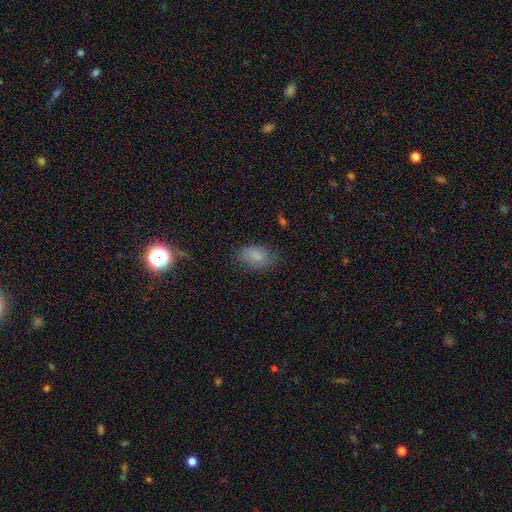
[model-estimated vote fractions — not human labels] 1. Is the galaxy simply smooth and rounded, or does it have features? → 80% smooth, 10% featured or disk, 10% star or artifact.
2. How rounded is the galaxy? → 89% in between, 9% round, 2% cigar-shaped.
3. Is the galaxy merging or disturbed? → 71% none, 22% minor disturbance, 6% major disturbance, 1% merger.